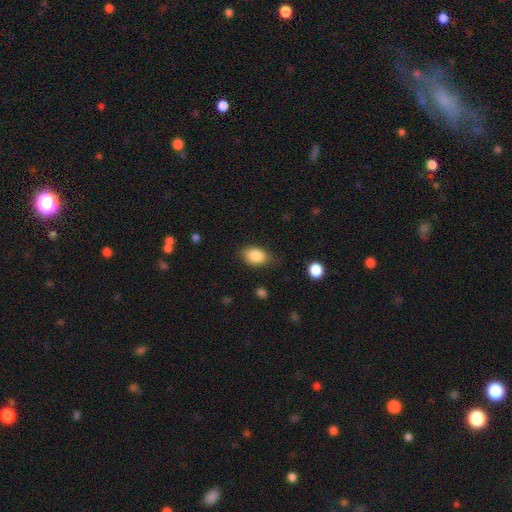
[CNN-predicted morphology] type=smooth (85%); roundness=in between (79%); merging=none (73%).